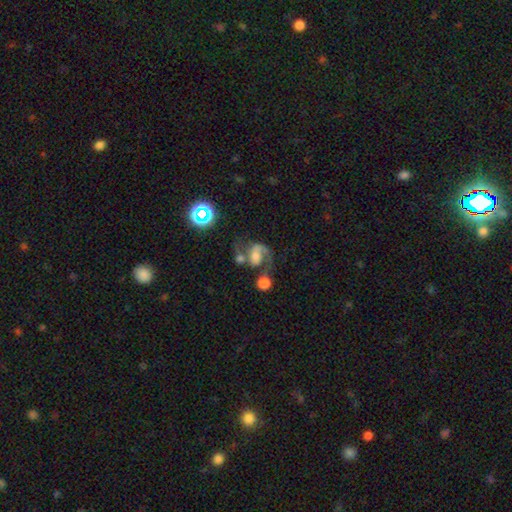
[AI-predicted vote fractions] Smooth or featured? featured or disk (74%)
Edge-on disk? no (98%)
Bar? no (51%)
Spiral arms? yes (94%)
Spiral winding? medium (49%)
Spiral arm count? 2 (67%)
Bulge size? moderate (42%)
Merging? none (34%)